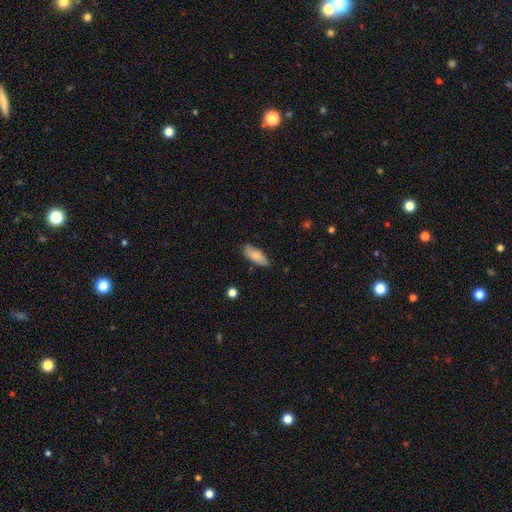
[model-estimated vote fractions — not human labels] Smooth or featured? Predicted: smooth (p=0.84). How rounded? Predicted: in between (p=0.74). Merging? Predicted: none (p=0.82).